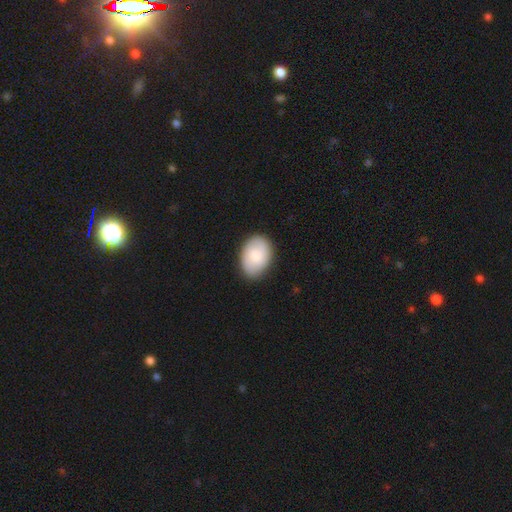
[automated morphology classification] smooth 74%, featured or disk 20%, star or artifact 6%. Down the decision tree: how rounded — in between (81%); merging — none (84%).